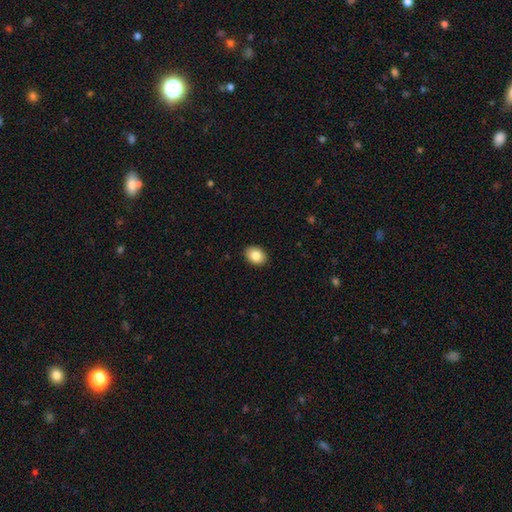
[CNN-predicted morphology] Smooth or featured: smooth — 86% (star or artifact — 8%)
How rounded: in between — 68% (round — 31%)
Merging: none — 90% (minor disturbance — 7%)